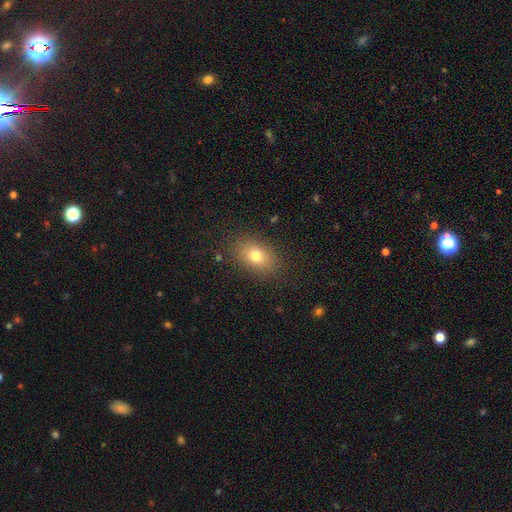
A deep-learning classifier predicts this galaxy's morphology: smooth_or_featured: smooth (p=0.75) [alt: featured or disk p=0.13]
how_rounded: in between (p=0.74) [alt: round p=0.25]
merging: none (p=0.84) [alt: minor disturbance p=0.10]